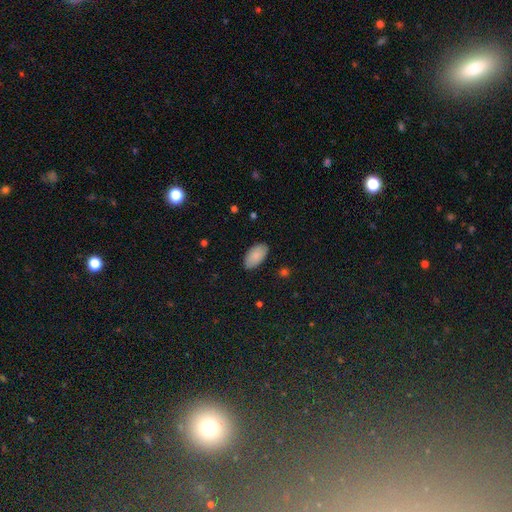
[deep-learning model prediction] This is clearly a smooth galaxy (86%). How rounded: clearly in between (95%). Merging: clearly none (86%).